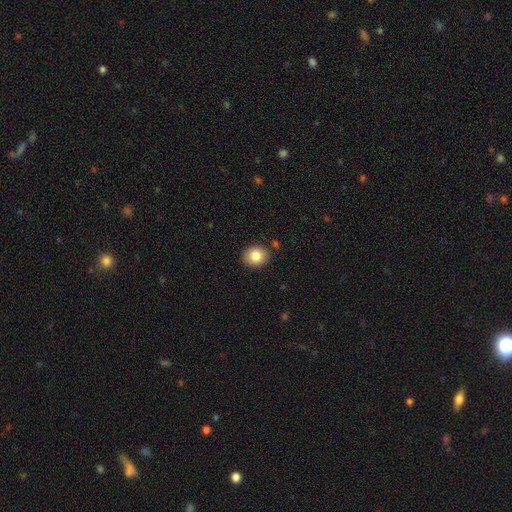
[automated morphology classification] A smooth galaxy with no disk features (83%) that is round (71%).

Vote fractions:
- Smooth or featured? smooth: 83% / star or artifact: 9% / featured or disk: 8%
- How rounded? round: 71% / in between: 28% / cigar-shaped: 1%
- Merging? none: 87% / minor disturbance: 9% / merger: 2% / major disturbance: 2%